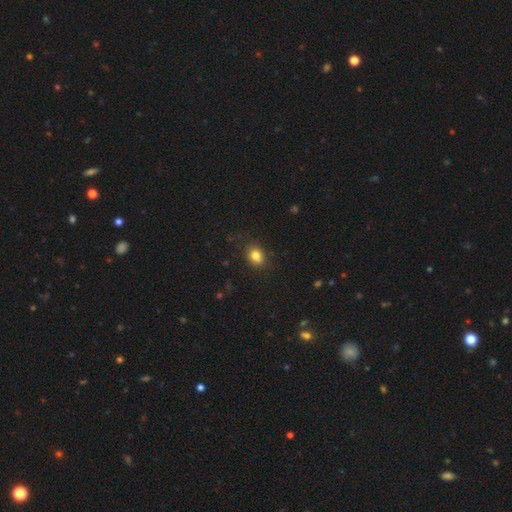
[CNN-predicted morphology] Q: Smooth or featured?
A: smooth (81%); runner-up: star or artifact (11%)
Q: How rounded?
A: in between (56%); runner-up: round (43%)
Q: Merging?
A: none (76%); runner-up: minor disturbance (16%)